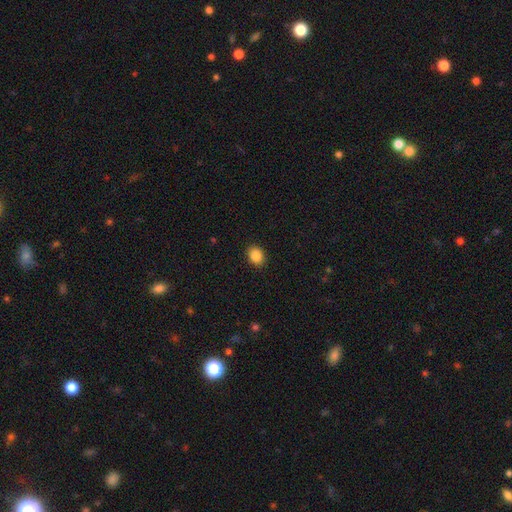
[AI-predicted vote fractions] Q: Smooth or featured?
A: smooth (88%); runner-up: star or artifact (9%)
Q: How rounded?
A: in between (55%); runner-up: round (44%)
Q: Merging?
A: none (90%); runner-up: minor disturbance (7%)